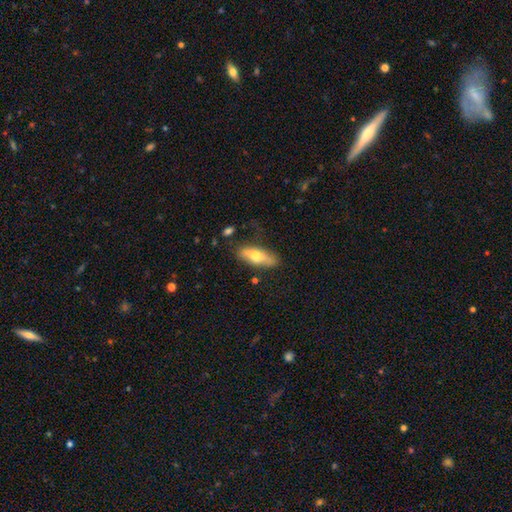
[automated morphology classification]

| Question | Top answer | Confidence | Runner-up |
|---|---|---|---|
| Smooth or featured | smooth | 59% | featured or disk (34%) |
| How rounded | in between | 58% | cigar-shaped (39%) |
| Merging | none | 71% | minor disturbance (21%) |